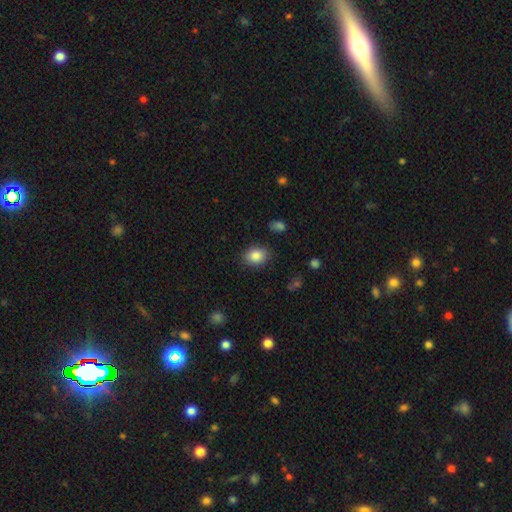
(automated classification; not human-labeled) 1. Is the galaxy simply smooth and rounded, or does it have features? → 86% smooth, 8% star or artifact, 6% featured or disk.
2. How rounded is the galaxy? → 60% in between, 39% round, 1% cigar-shaped.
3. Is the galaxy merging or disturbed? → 84% none, 12% minor disturbance, 3% major disturbance, 1% merger.